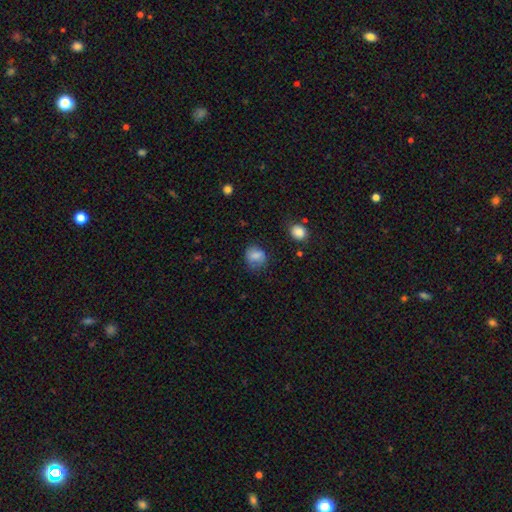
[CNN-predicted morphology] type=smooth (81%); roundness=round (62%); merging=none (65%).